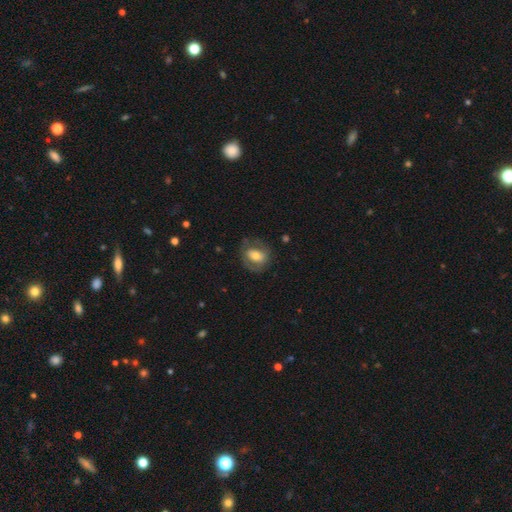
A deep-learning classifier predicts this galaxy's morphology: smooth 52%, featured or disk 41%, star or artifact 7%. Down the decision tree: how rounded — in between (54%); merging — none (68%).